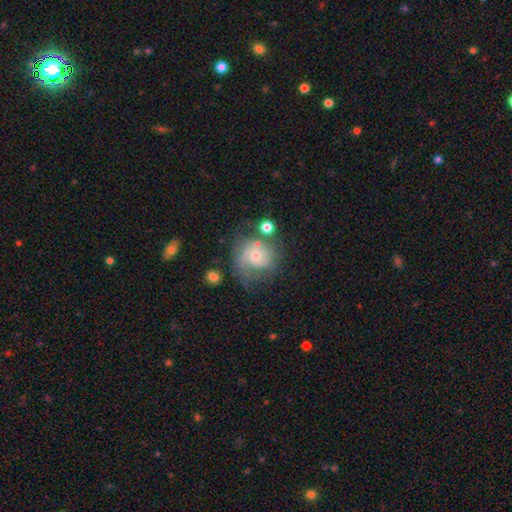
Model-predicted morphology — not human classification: A featured or disk galaxy (70%) with no bar (74%), 2 (44%) tight (44%) spiral arms (87%) and a small central bulge (55%). Merging: none (53%).